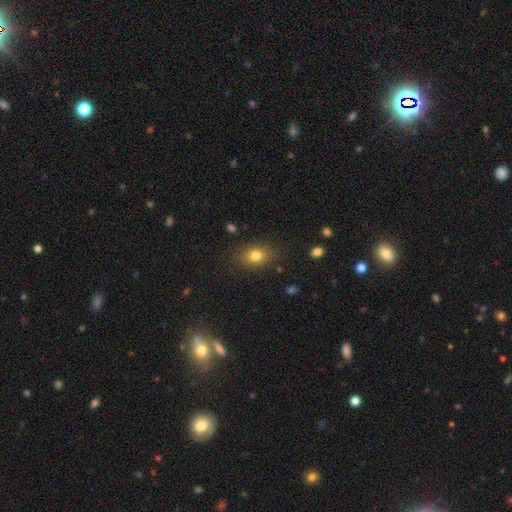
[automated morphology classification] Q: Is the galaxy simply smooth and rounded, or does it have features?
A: smooth — 79%.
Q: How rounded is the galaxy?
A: in between — 63%.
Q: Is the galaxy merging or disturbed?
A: none — 83%.